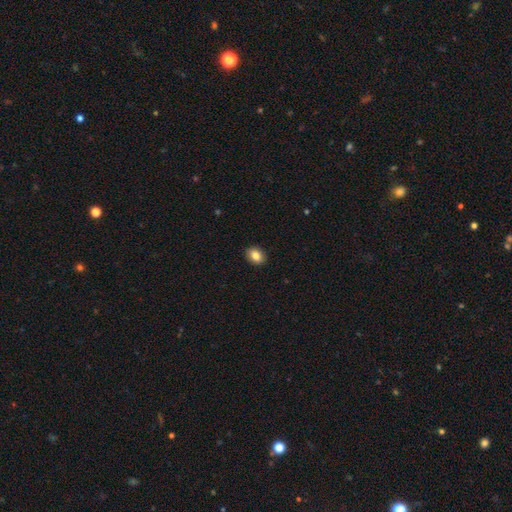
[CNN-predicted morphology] smooth-or-featured: smooth: 84% | star or artifact: 9% | featured or disk: 7%
  how-rounded: in between: 59% | round: 40% | cigar-shaped: 1%
  merging: none: 91% | minor disturbance: 6% | major disturbance: 2% | merger: 1%